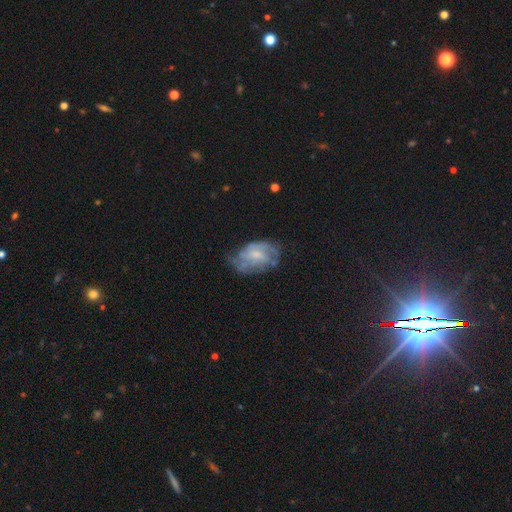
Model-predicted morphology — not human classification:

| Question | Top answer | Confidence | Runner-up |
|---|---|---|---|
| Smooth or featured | featured or disk | 71% | smooth (22%) |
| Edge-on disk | no | 97% | yes (3%) |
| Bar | no | 49% | weak (43%) |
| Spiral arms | yes | 83% | no (17%) |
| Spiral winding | tight | 42% | medium (41%) |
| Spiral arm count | can't tell | 40% | 2 (34%) |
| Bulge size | small | 52% | moderate (30%) |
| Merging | none | 54% | minor disturbance (28%) |